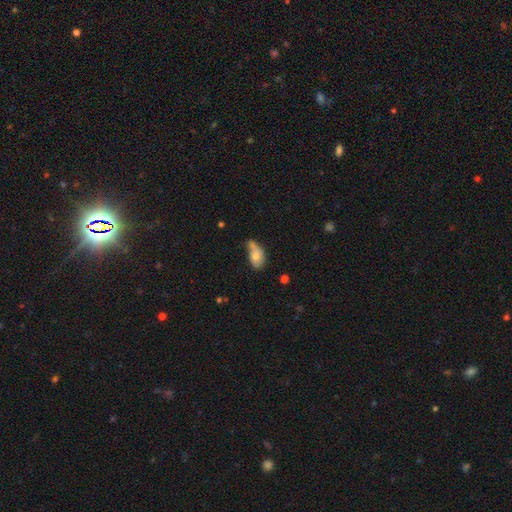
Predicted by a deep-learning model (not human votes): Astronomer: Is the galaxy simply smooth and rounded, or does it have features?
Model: smooth — 67%.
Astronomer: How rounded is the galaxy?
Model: in between — 85%.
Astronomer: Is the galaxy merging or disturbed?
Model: none — 29%, tied with minor disturbance at 29%.